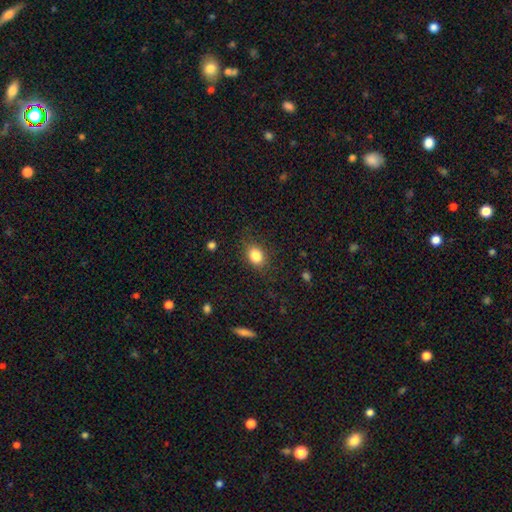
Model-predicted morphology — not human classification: Q: Smooth or featured?
A: smooth (85%); runner-up: star or artifact (10%)
Q: How rounded?
A: in between (62%); runner-up: round (37%)
Q: Merging?
A: none (80%); runner-up: minor disturbance (14%)